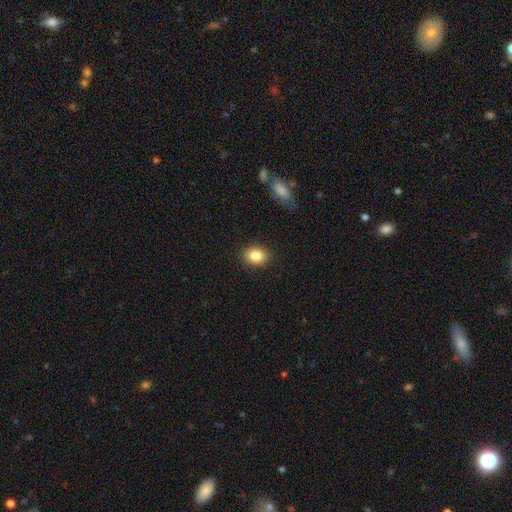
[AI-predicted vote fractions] This appears to be a smooth galaxy with no disk features (84%) that is round (50%). Merging: none (89%).